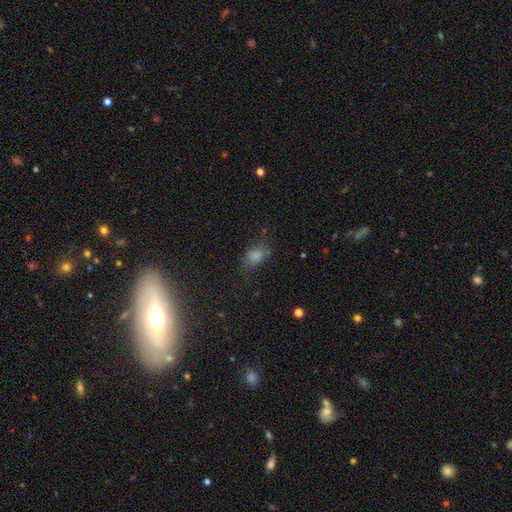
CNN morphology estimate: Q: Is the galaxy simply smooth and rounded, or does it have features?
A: smooth — 81%.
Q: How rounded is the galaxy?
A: in between — 79%.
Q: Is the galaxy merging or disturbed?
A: none — 64%.